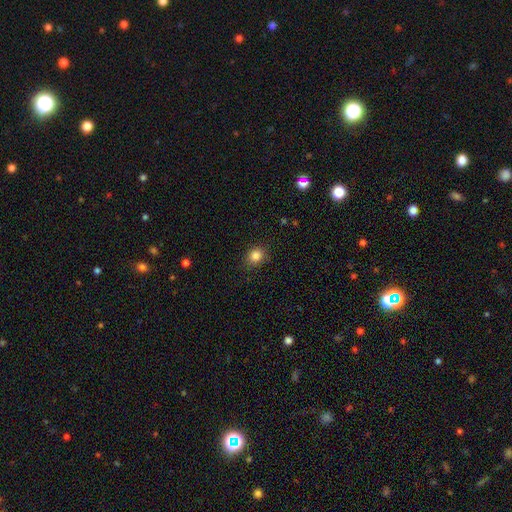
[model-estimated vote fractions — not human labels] Smooth or featured: smooth — 85% (star or artifact — 11%)
How rounded: round — 69% (in between — 30%)
Merging: none — 84% (minor disturbance — 12%)